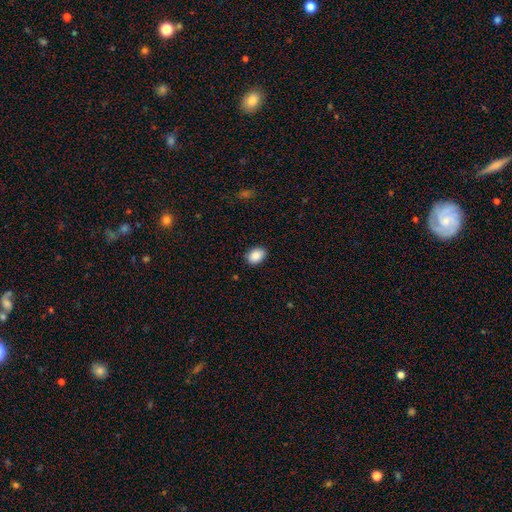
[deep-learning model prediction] Smooth or featured? Predicted: smooth (p=0.89). How rounded? Predicted: in between (p=0.77). Merging? Predicted: none (p=0.89).